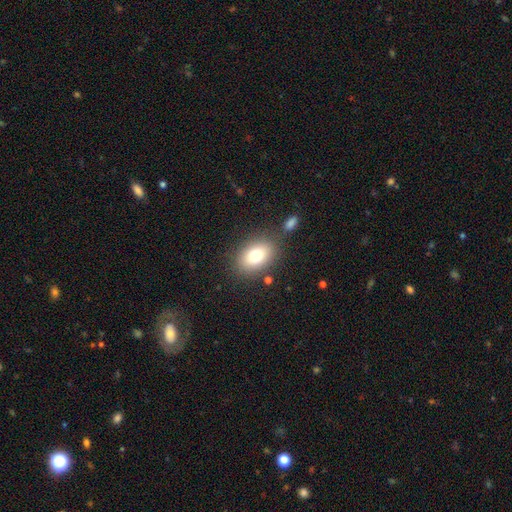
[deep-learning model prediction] A smooth galaxy with no disk features (78%) that is in between round and cigar-shaped (82%).

Vote fractions:
- Smooth or featured? smooth: 78% / featured or disk: 12% / star or artifact: 9%
- How rounded? in between: 82% / round: 17% / cigar-shaped: 1%
- Merging? none: 80% / minor disturbance: 11% / merger: 5% / major disturbance: 4%